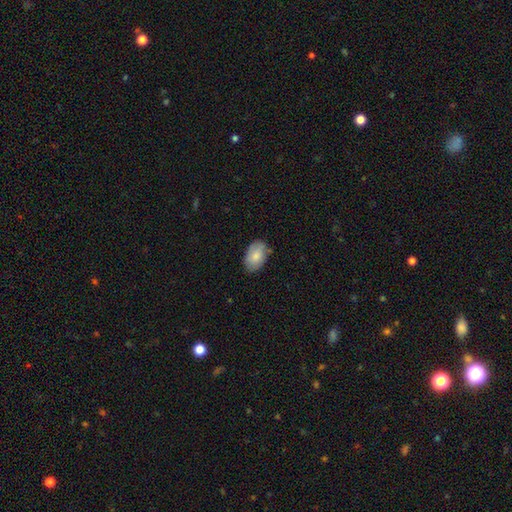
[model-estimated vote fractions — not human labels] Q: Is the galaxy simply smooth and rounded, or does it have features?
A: smooth — 79%.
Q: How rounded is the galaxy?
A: in between — 90%.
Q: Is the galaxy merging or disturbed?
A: none — 74%.